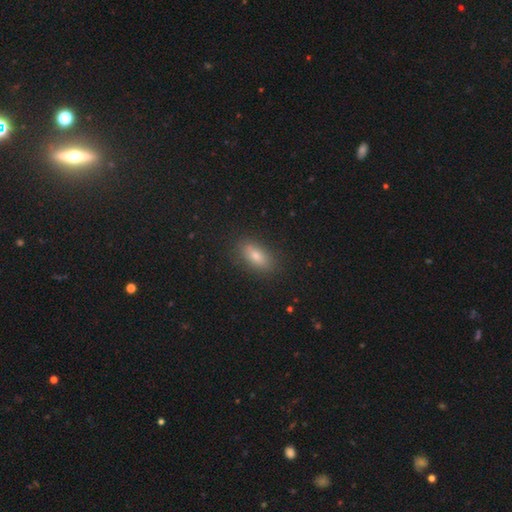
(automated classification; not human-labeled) Q: Smooth or featured?
A: smooth (75%); runner-up: featured or disk (13%)
Q: How rounded?
A: in between (80%); runner-up: cigar-shaped (14%)
Q: Merging?
A: none (87%); runner-up: minor disturbance (9%)